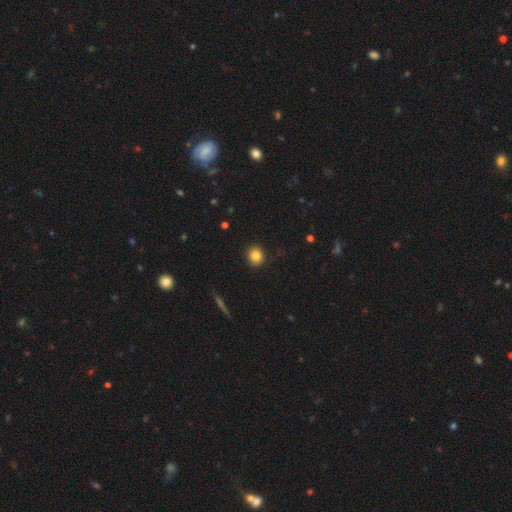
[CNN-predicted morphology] smooth 83%, star or artifact 10%, featured or disk 6%. Down the decision tree: how rounded — round (85%); merging — none (89%).